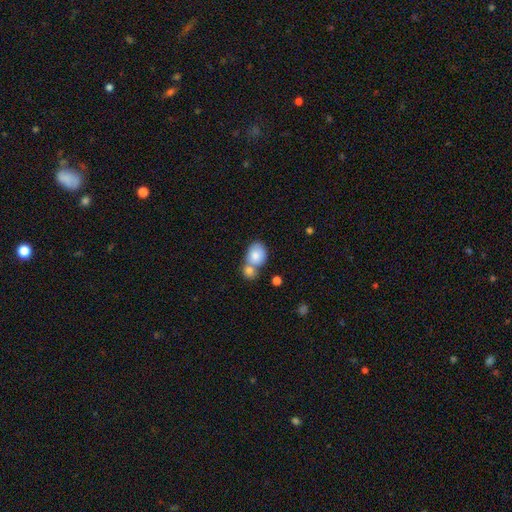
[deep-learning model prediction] smooth 81%, featured or disk 12%, star or artifact 7%. Down the decision tree: how rounded — in between (59%); merging — merger (53%).